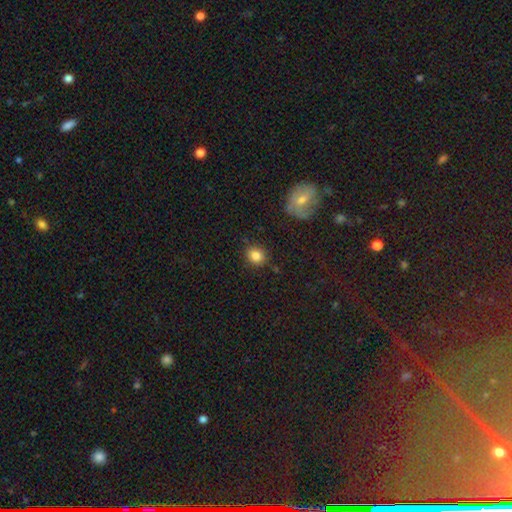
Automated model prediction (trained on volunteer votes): The model was most divided on "how rounded": round: 76%, in between: 23%, cigar-shaped: 1%. More confident: merging — none (85%); smooth or featured — smooth (84%).